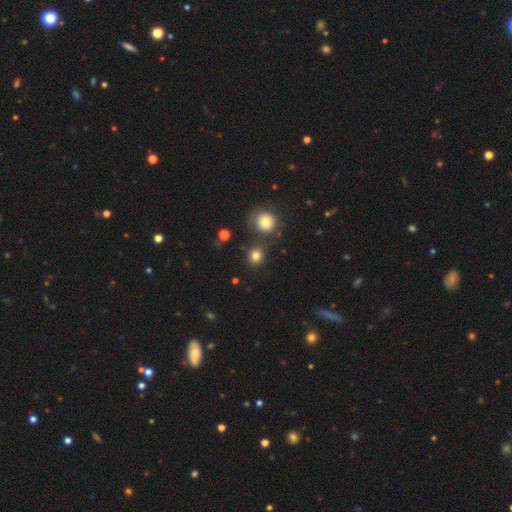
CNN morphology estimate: smooth-or-featured: smooth: 80% | star or artifact: 13% | featured or disk: 7%
  how-rounded: round: 86% | in between: 13% | cigar-shaped: 1%
  merging: none: 80% | minor disturbance: 9% | merger: 7% | major disturbance: 3%